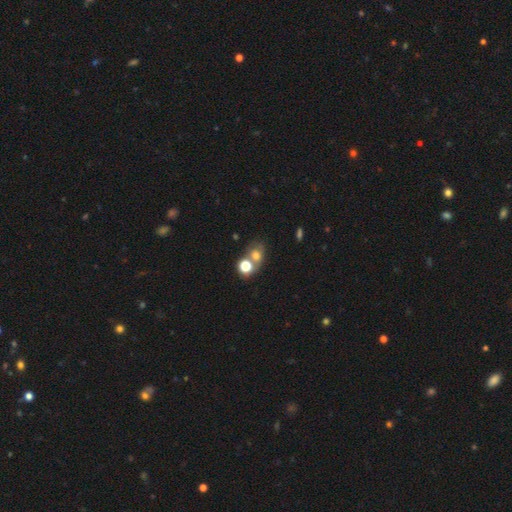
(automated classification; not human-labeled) Overall: smooth (64%). How rounded: round (56%; in between 43%). Merging: none (42%; merger 39%).